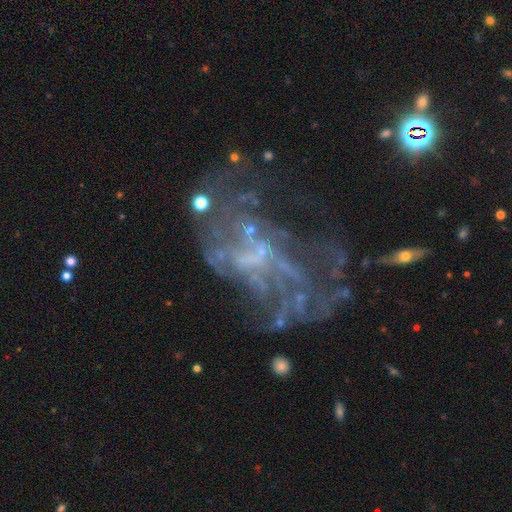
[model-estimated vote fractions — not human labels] Smooth or featured? Predicted: featured or disk (p=0.71). Edge-on disk? Predicted: no (p=0.97). Bar? Predicted: no (p=0.65). Spiral arms? Predicted: no (p=0.61). Bulge size? Predicted: none (p=0.67). Merging? Predicted: major disturbance (p=0.44).